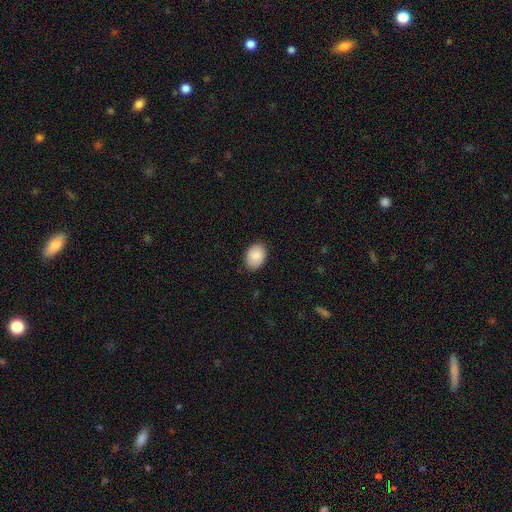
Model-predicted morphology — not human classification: The model was most divided on "how rounded": in between: 75%, round: 24%, cigar-shaped: 1%. More confident: smooth or featured — smooth (88%); merging — none (85%).